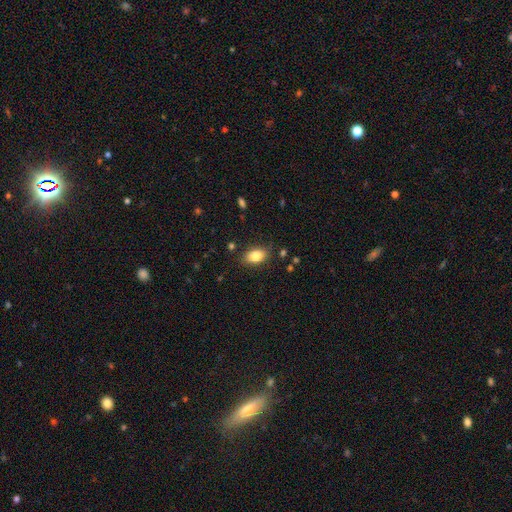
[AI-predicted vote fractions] smooth-or-featured: smooth: 84% | featured or disk: 8% | star or artifact: 8%
  how-rounded: in between: 89% | round: 9% | cigar-shaped: 2%
  merging: none: 81% | minor disturbance: 14% | major disturbance: 3% | merger: 2%